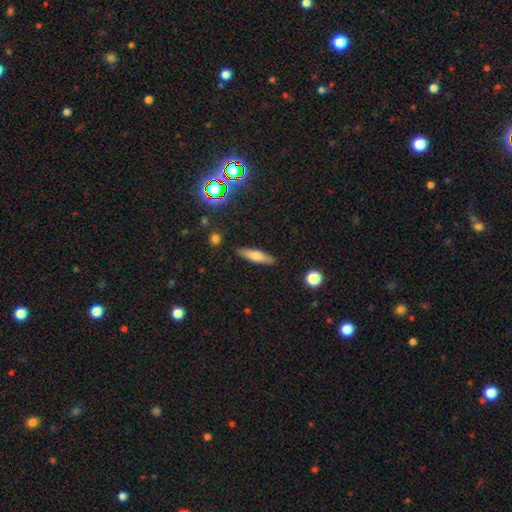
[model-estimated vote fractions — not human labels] Smooth or featured: smooth — 66% (featured or disk — 26%)
How rounded: cigar-shaped — 73% (in between — 25%)
Merging: none — 87% (minor disturbance — 9%)